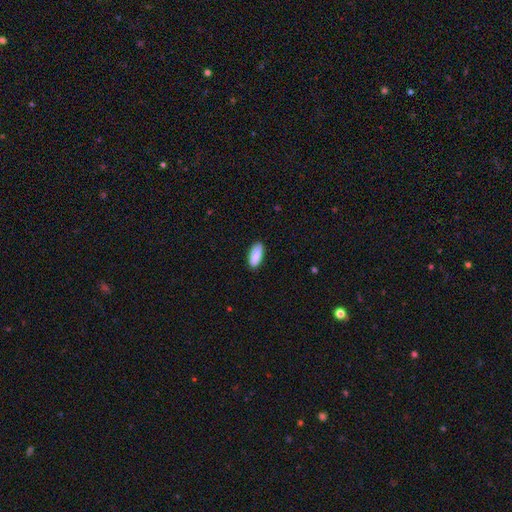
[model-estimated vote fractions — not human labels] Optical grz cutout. It shows a smooth galaxy with no disk features (91%) that is in between round and cigar-shaped (84%). Merging: none (87%).